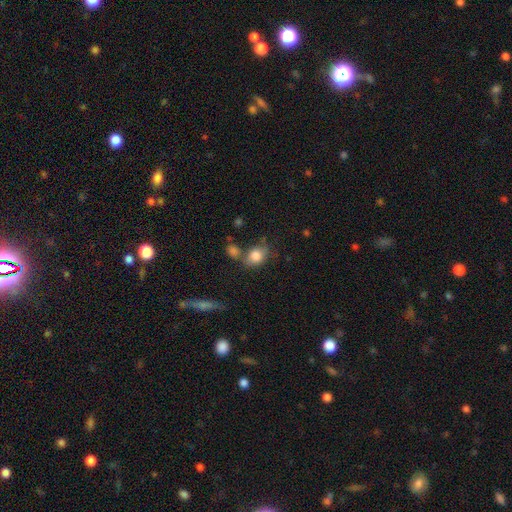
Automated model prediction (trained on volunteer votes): Smooth or featured? smooth (81%)
How rounded? in between (59%)
Merging? none (52%)